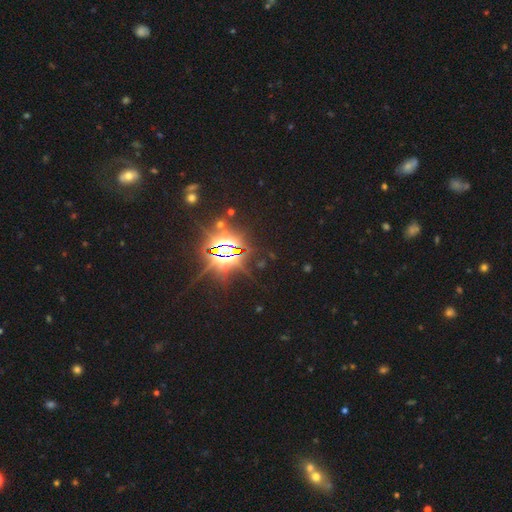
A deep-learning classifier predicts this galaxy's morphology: smooth_or_featured: star or artifact (p=0.84) [alt: smooth p=0.10]